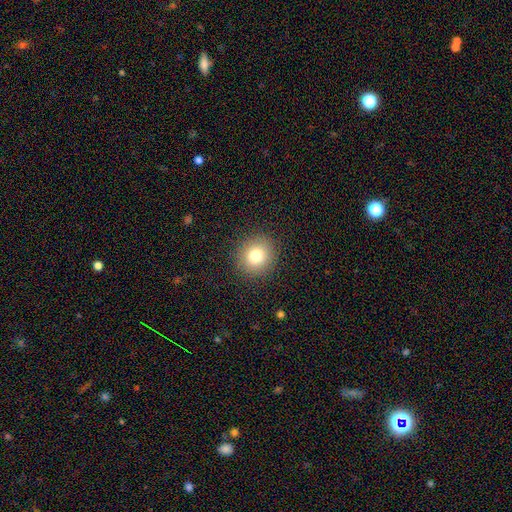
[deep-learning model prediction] Morphology: type=smooth (79%); roundness=round (86%); merging=none (89%).